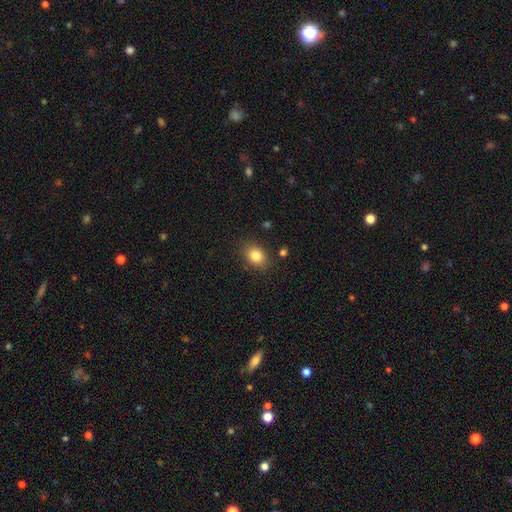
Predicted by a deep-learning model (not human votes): This appears to be a smooth galaxy with no disk features (83%) that is in between round and cigar-shaped (57%). Merging: none (83%).